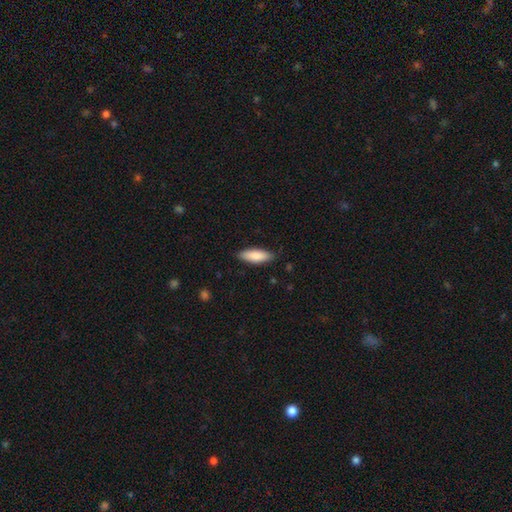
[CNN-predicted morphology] This appears to be a smooth galaxy with no disk features (85%) that is in between round and cigar-shaped (62%). Merging: none (84%).